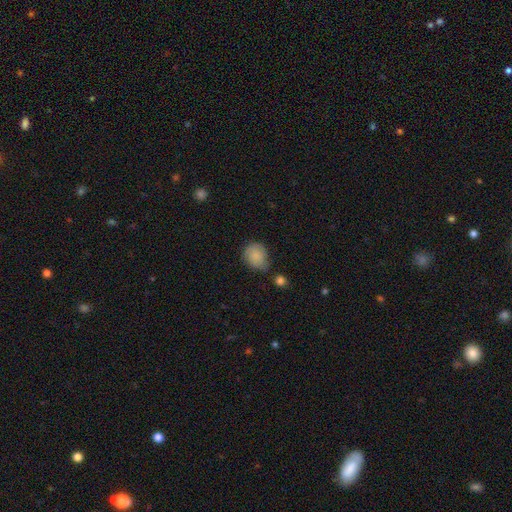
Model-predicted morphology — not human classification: This is clearly a smooth galaxy (82%). How rounded: likely round (60%). Merging: possibly none (57%).